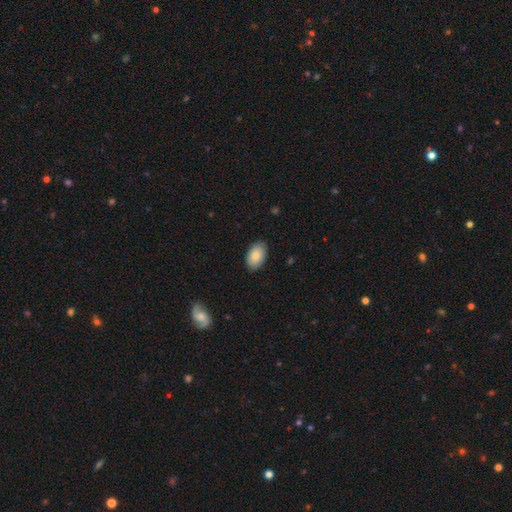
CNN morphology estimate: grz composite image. It shows a smooth galaxy with no disk features (85%) that is in between round and cigar-shaped (93%). Merging: none (86%).